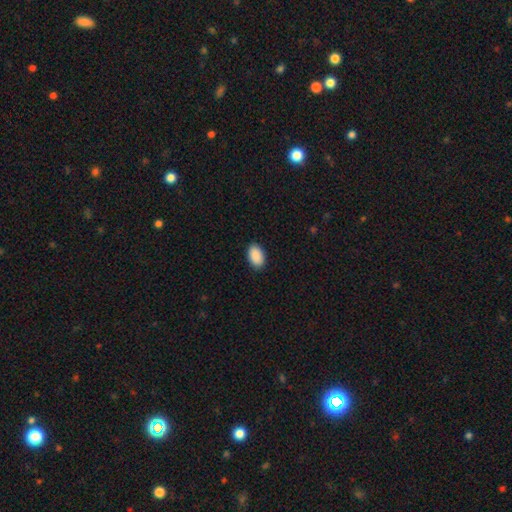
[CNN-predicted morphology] The model was most divided on "merging": none: 89%, minor disturbance: 8%, major disturbance: 2%, merger: 1%. More confident: how rounded — in between (92%); smooth or featured — smooth (91%).